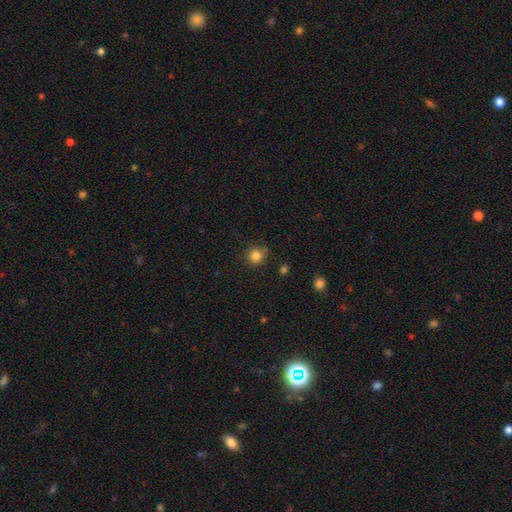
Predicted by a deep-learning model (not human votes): A smooth galaxy with no disk features (84%) that is round (92%). Merging: none (81%).